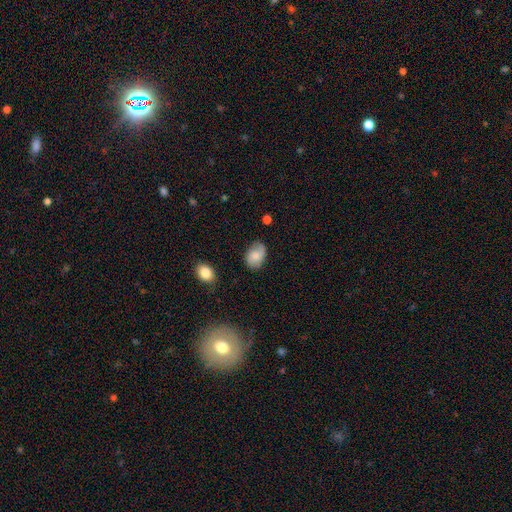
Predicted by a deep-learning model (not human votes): Smooth or featured: smooth — 61% (featured or disk — 31%)
How rounded: in between — 76% (round — 23%)
Merging: none — 68% (minor disturbance — 24%)